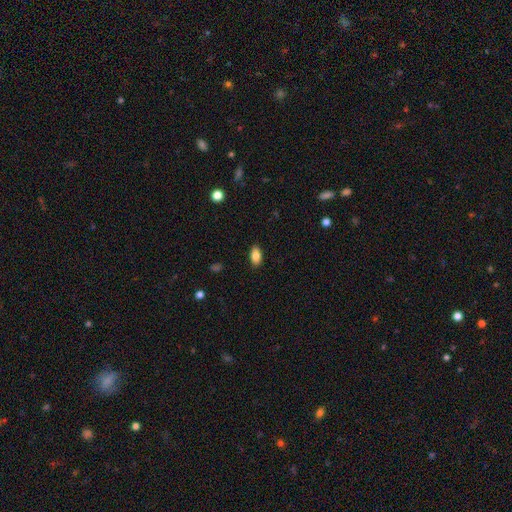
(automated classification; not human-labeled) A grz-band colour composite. It shows a smooth galaxy with no disk features (85%) that is in between round and cigar-shaped (92%). Merging: none (89%).